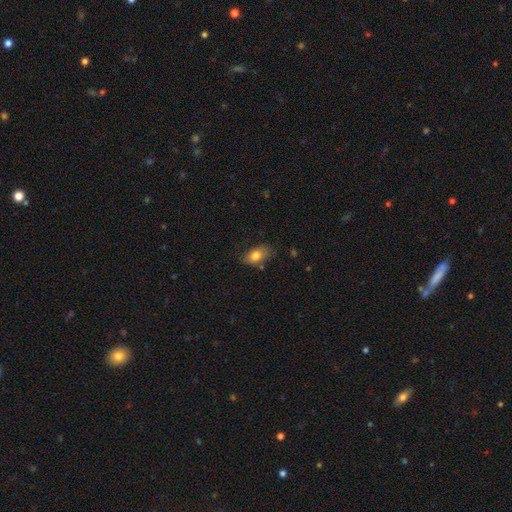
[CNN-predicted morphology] smooth 80%, featured or disk 12%, star or artifact 8%. Down the decision tree: how rounded — in between (88%); merging — none (72%).